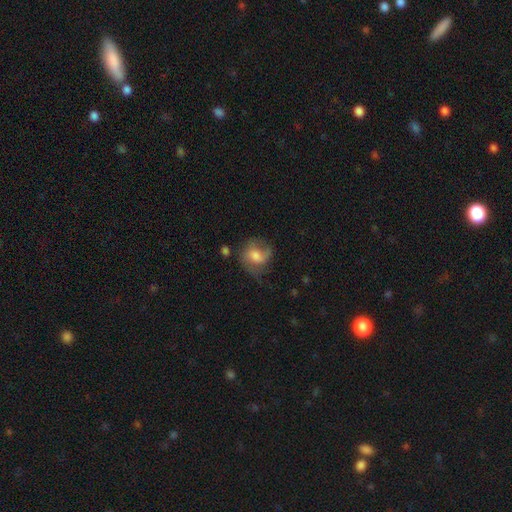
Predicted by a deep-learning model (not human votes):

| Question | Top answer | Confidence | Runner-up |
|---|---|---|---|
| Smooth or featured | featured or disk | 50% | smooth (42%) |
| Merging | none | 49% | minor disturbance (27%) |